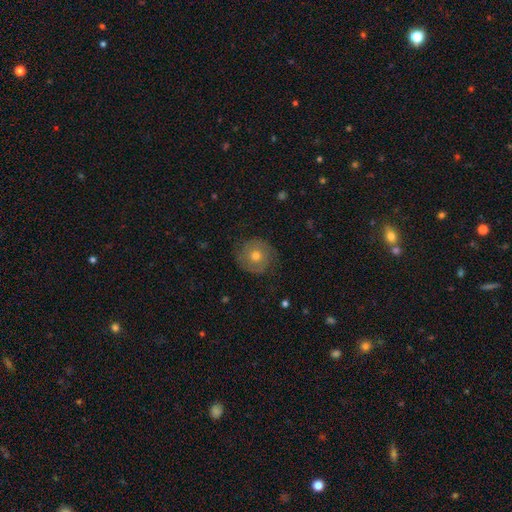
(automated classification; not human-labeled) Morphology: type=smooth (49%); merging=none (78%).